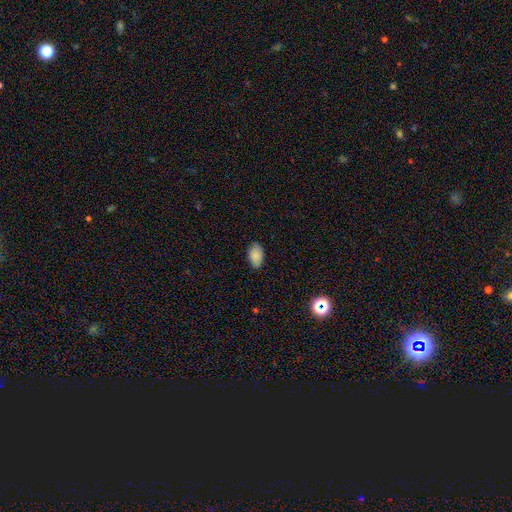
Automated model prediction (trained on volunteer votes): Smooth or featured? smooth (87%)
How rounded? in between (93%)
Merging? none (82%)